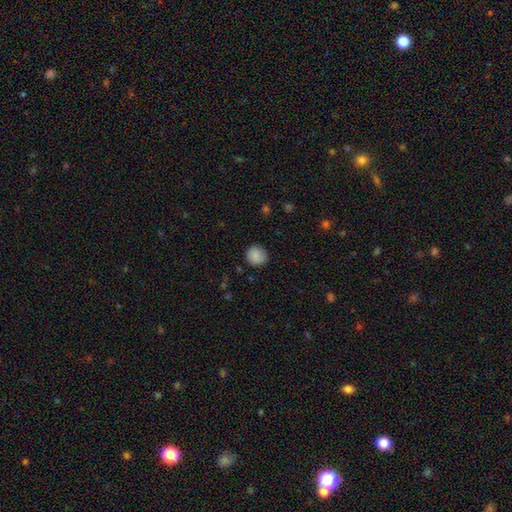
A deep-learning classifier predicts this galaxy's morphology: Smooth or featured: smooth — 88% (star or artifact — 8%)
How rounded: round — 87% (in between — 12%)
Merging: none — 86% (minor disturbance — 10%)